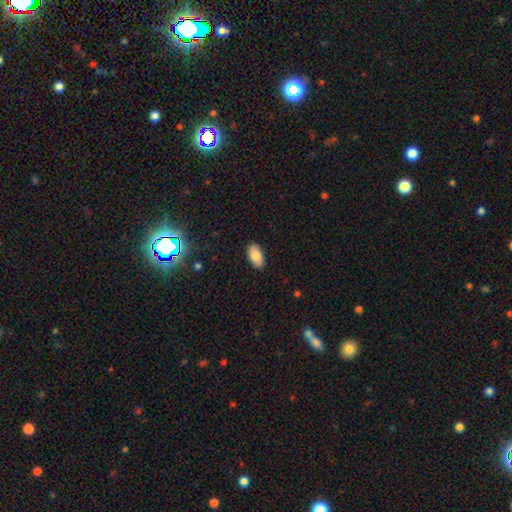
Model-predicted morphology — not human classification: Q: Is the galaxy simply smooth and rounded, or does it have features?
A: smooth — 84%.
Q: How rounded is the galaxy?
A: in between — 94%.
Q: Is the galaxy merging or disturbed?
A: none — 89%.